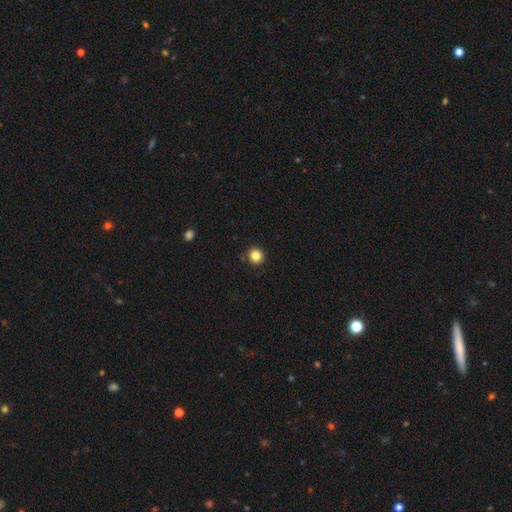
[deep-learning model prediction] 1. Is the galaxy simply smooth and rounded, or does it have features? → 84% smooth, 11% star or artifact, 4% featured or disk.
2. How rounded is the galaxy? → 93% round, 6% in between, 1% cigar-shaped.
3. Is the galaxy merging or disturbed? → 90% none, 6% minor disturbance, 2% major disturbance, 2% merger.